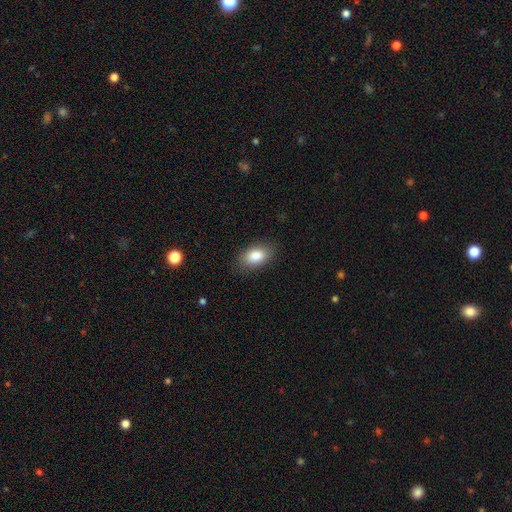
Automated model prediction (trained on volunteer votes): A smooth galaxy with no disk features (85%) that is in between round and cigar-shaped (90%). Merging: none (83%).